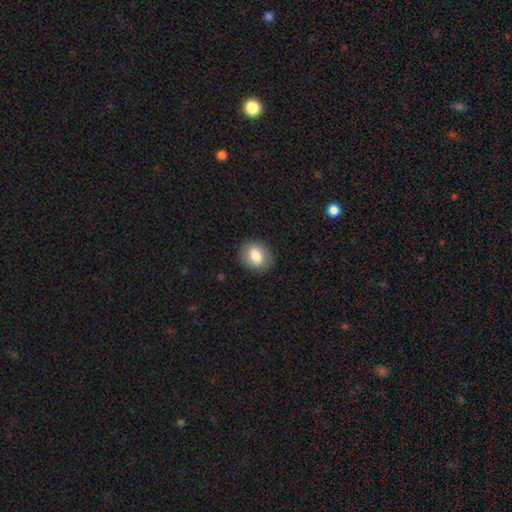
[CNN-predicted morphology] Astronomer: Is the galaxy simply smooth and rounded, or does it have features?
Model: smooth — 81%.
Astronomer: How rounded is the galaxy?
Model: in between — 59% (runner-up: round, 40%).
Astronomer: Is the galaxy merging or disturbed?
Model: none — 86%.